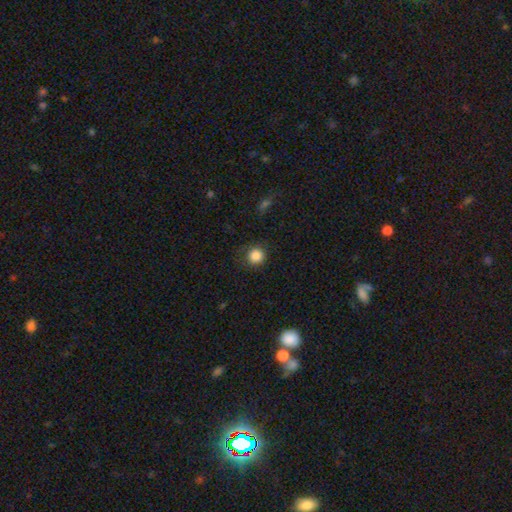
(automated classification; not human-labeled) Smooth or featured: smooth — 85% (star or artifact — 11%)
How rounded: round — 92% (in between — 7%)
Merging: none — 82% (minor disturbance — 12%)